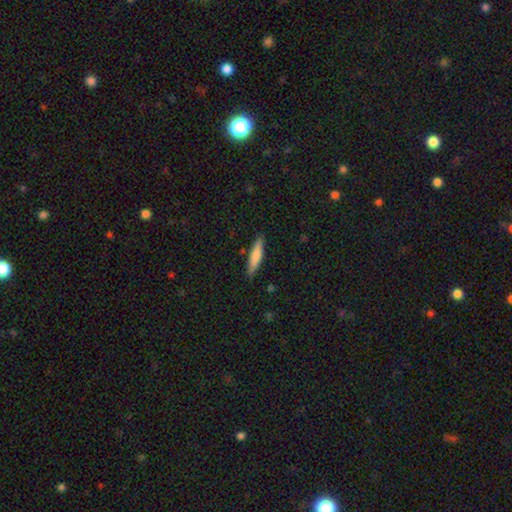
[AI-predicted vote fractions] This is likely a smooth galaxy (76%). How rounded: clearly cigar-shaped (82%). Merging: clearly none (87%).